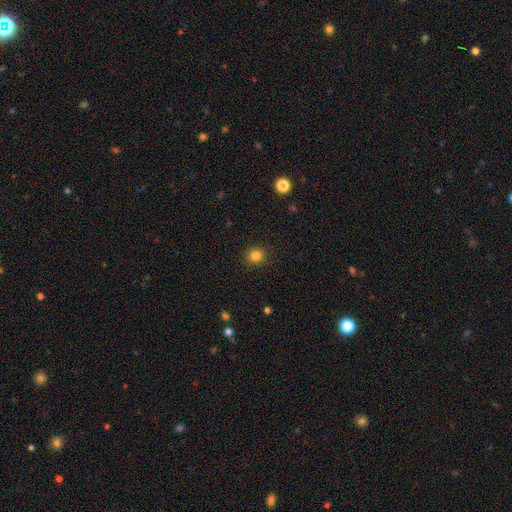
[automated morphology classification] Smooth or featured: smooth — 83% (star or artifact — 13%)
How rounded: round — 90% (in between — 9%)
Merging: none — 92% (minor disturbance — 5%)